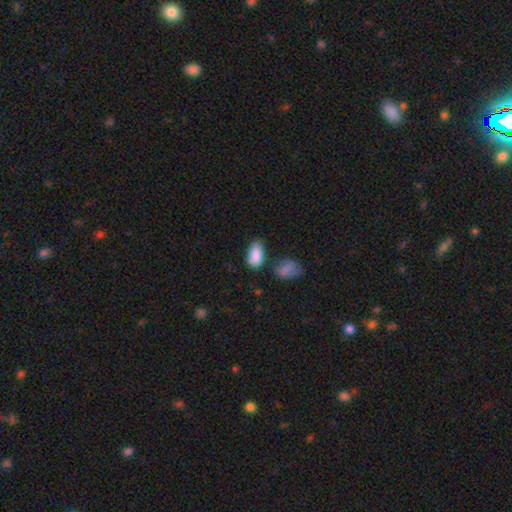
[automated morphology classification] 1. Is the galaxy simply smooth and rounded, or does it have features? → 87% smooth, 7% star or artifact, 6% featured or disk.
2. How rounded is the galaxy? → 94% in between, 4% round, 2% cigar-shaped.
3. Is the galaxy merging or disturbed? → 59% none, 25% minor disturbance, 10% merger, 6% major disturbance.